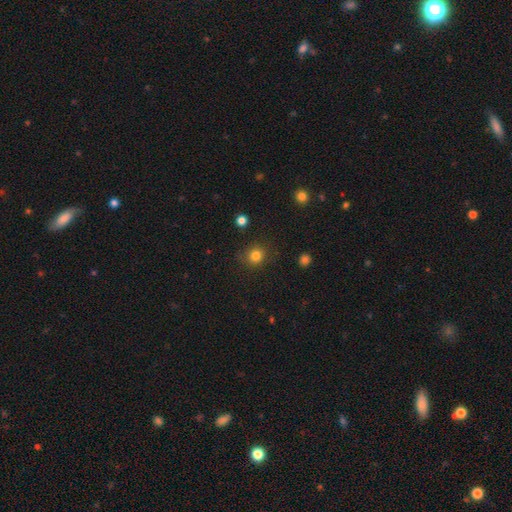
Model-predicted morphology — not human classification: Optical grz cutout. It shows a smooth galaxy with no disk features (83%) that is round (88%). Merging: none (85%).